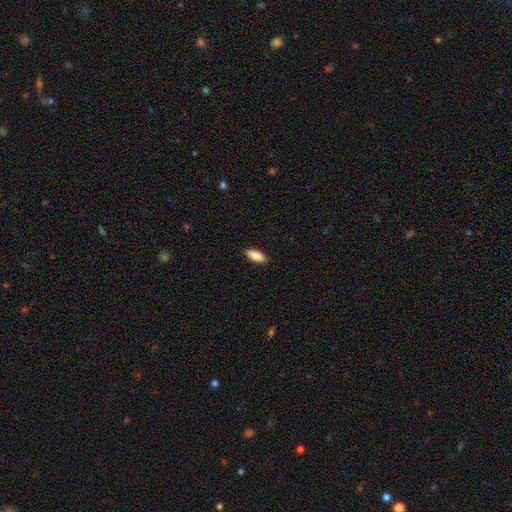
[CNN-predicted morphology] smooth 87%, featured or disk 7%, star or artifact 6%. Down the decision tree: how rounded — in between (79%); merging — none (89%).